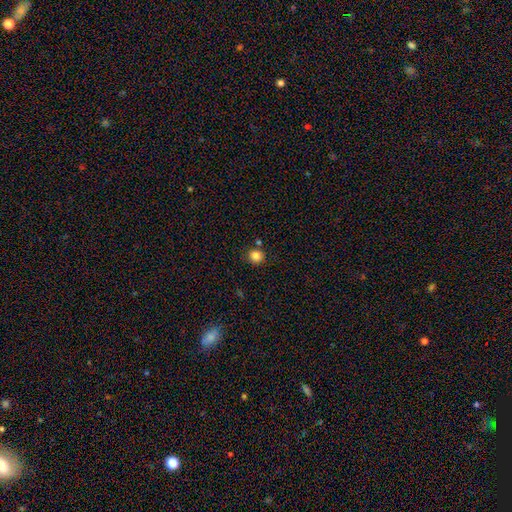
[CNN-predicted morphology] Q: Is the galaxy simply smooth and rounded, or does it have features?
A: smooth — 83%.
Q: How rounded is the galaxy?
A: round — 87%.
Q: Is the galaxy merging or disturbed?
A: none — 80%.